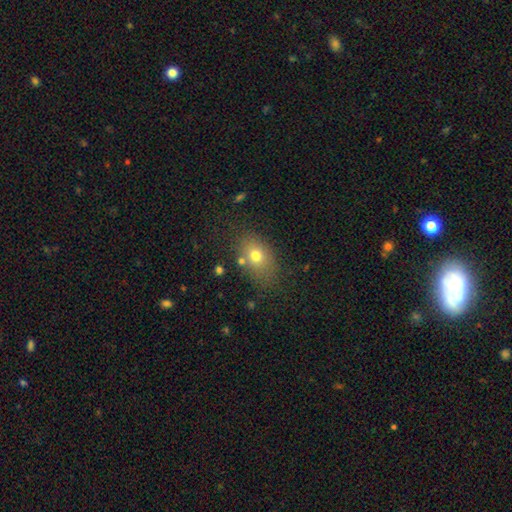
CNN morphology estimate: Smooth or featured?
  - smooth: 72% *
  - featured or disk: 15%
  - star or artifact: 13%
How rounded?
  - in between: 73% *
  - round: 25%
  - cigar-shaped: 2%
Merging?
  - none: 73% *
  - minor disturbance: 15%
  - major disturbance: 6%
  - merger: 6%